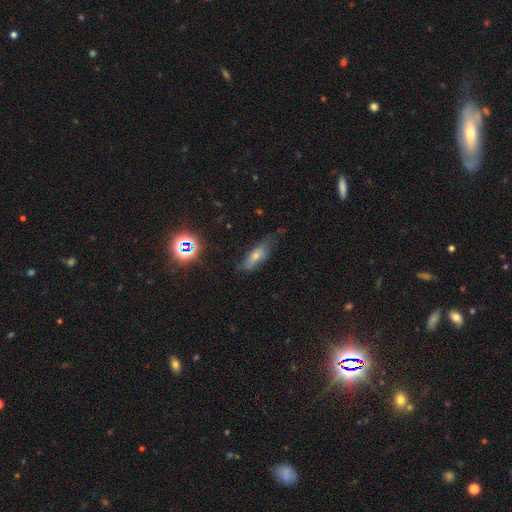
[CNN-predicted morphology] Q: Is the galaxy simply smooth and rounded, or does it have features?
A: smooth — 59%.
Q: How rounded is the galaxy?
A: in between — 61%.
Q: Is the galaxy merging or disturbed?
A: none — 45%.